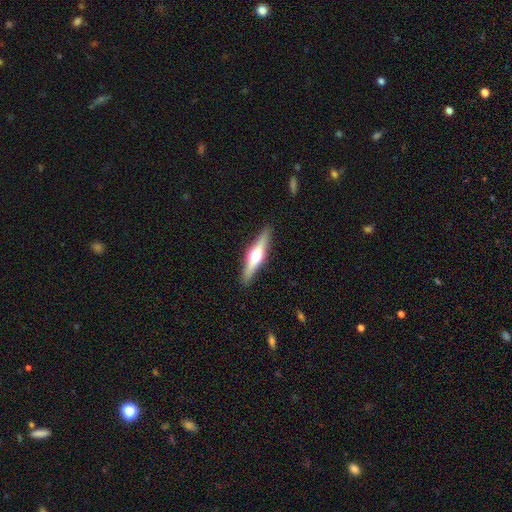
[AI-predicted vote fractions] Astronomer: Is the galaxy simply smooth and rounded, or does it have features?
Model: featured or disk — 64%.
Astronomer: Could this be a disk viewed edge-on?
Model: yes — 96%.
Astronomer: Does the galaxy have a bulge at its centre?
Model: rounded — 94%.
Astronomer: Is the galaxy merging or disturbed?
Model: none — 90%.